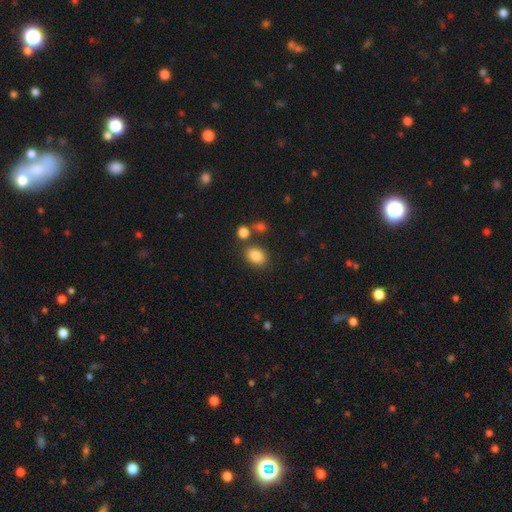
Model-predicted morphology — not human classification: smooth_or_featured: smooth (p=0.86) [alt: star or artifact p=0.09]
how_rounded: in between (p=0.76) [alt: round p=0.23]
merging: none (p=0.75) [alt: minor disturbance p=0.12]